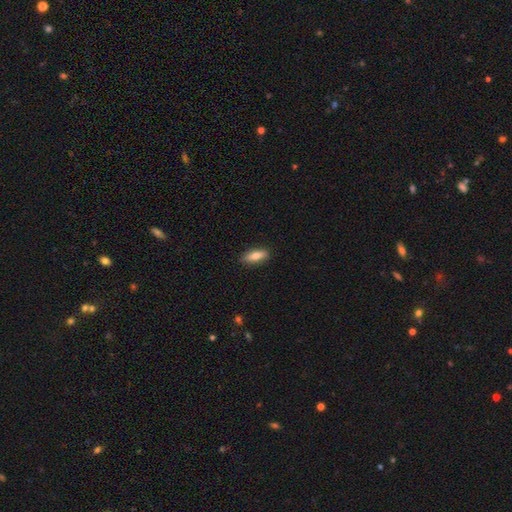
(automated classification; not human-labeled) Morphology: type=smooth (74%); roundness=in between (65%); merging=none (87%).